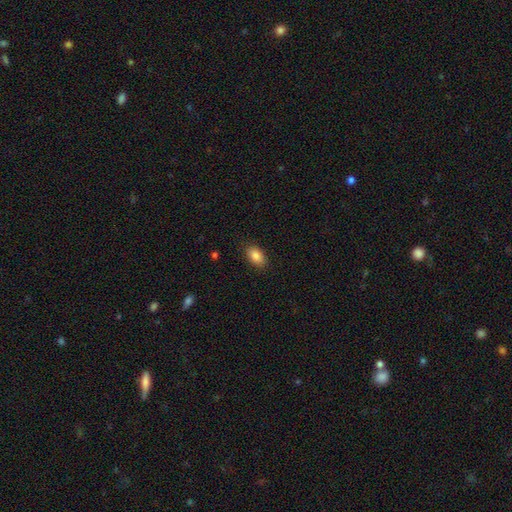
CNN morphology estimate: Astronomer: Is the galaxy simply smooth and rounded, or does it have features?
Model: smooth — 87%.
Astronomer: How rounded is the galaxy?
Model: in between — 91%.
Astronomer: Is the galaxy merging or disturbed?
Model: none — 86%.